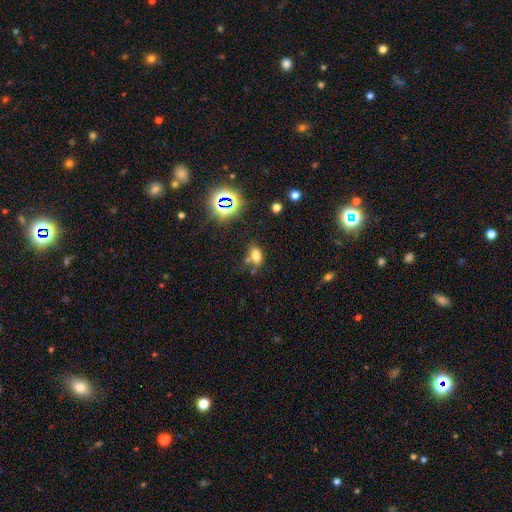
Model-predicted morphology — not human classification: Smooth or featured? Predicted: smooth (p=0.67). How rounded? Predicted: in between (p=0.84). Merging? Predicted: none (p=0.56).